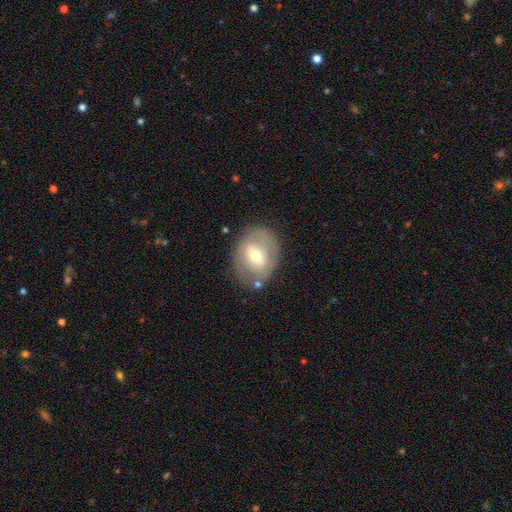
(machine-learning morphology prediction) Smooth or featured? featured or disk (47%)
Merging? none (73%)